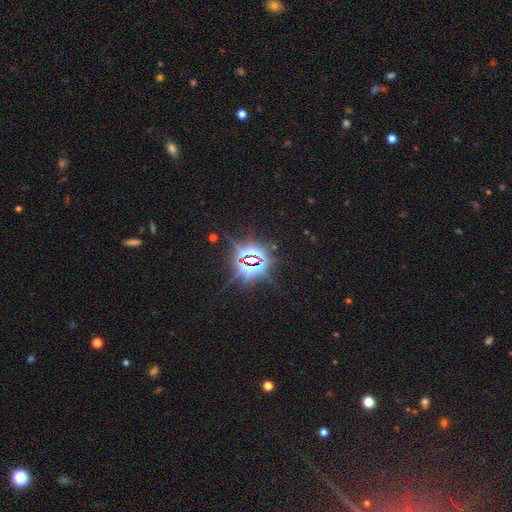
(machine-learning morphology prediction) This is clearly a star or artifact rather than a galaxy (85%).